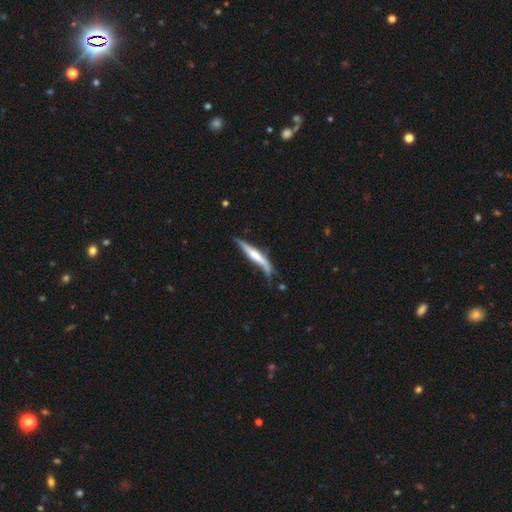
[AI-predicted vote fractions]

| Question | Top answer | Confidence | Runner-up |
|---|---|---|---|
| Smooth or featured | featured or disk | 52% | smooth (43%) |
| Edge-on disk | yes | 89% | no (11%) |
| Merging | none | 56% | minor disturbance (31%) |